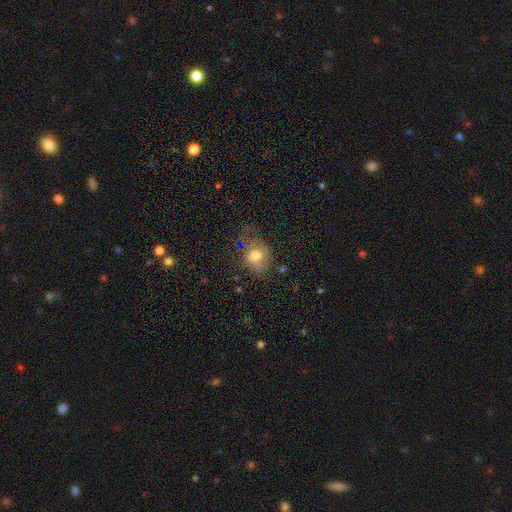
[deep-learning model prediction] This appears to be a smooth galaxy with no disk features (60%) that is in between round and cigar-shaped (50%). Merging: none (42%).